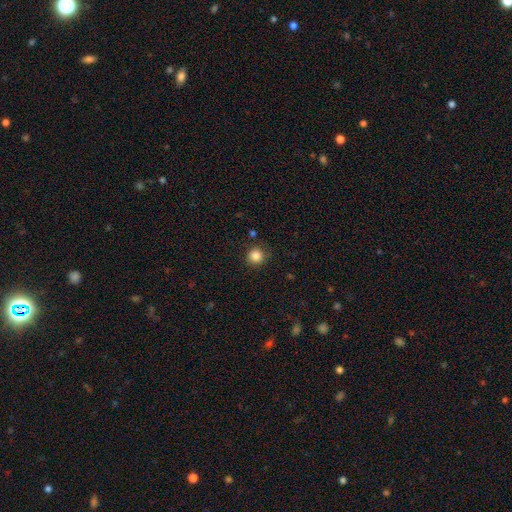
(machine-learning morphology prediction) Smooth or featured?
  - smooth: 85% *
  - star or artifact: 11%
  - featured or disk: 4%
How rounded?
  - round: 94% *
  - in between: 5%
  - cigar-shaped: 1%
Merging?
  - none: 88% *
  - minor disturbance: 7%
  - major disturbance: 2%
  - merger: 2%